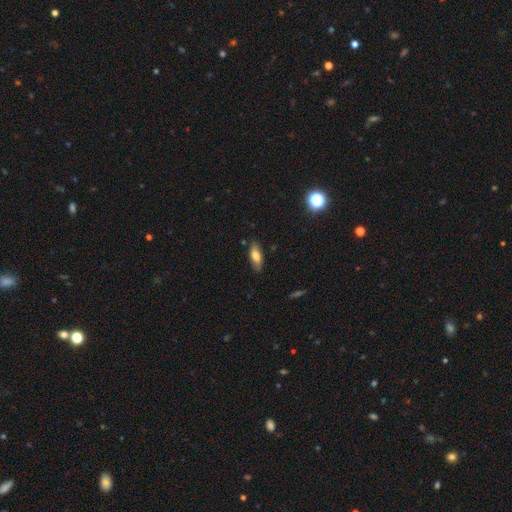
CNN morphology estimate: smooth_or_featured: smooth (p=0.66) [alt: featured or disk p=0.27]
how_rounded: in between (p=0.73) [alt: cigar-shaped p=0.24]
merging: none (p=0.81) [alt: minor disturbance p=0.15]